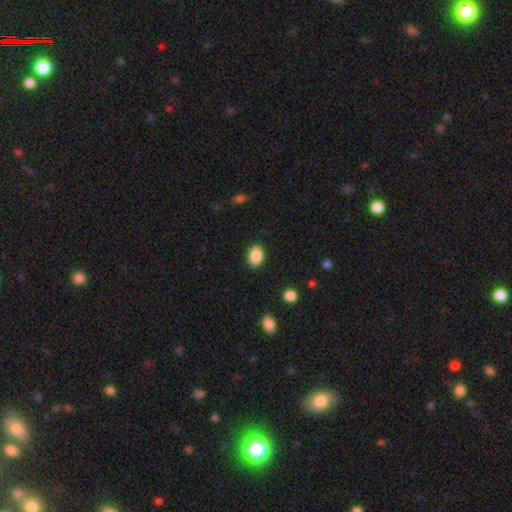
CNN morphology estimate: The model was most divided on "how rounded": in between: 86%, round: 13%, cigar-shaped: 1%. More confident: smooth or featured — smooth (88%); merging — none (87%).